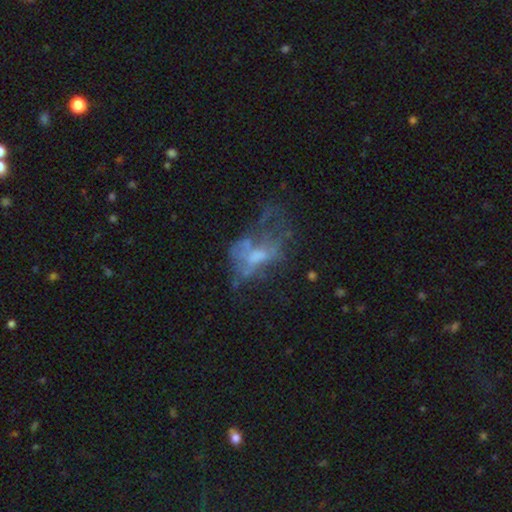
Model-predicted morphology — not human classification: A featured or disk galaxy (58%) with no bar (81%), no spiral arms (86%) and no central bulge (38%).

Vote fractions:
- Smooth or featured? featured or disk: 58% / smooth: 25% / star or artifact: 17%
- Edge-on disk? no: 96% / yes: 4%
- Bar? no: 81% / weak: 16% / strong: 4%
- Spiral arms? no: 86% / yes: 14%
- Bulge size? none: 38% / moderate: 30% / small: 26% / large: 5% / dominant: 1%
- Merging? major disturbance: 44% / none: 28% / minor disturbance: 16% / merger: 12%